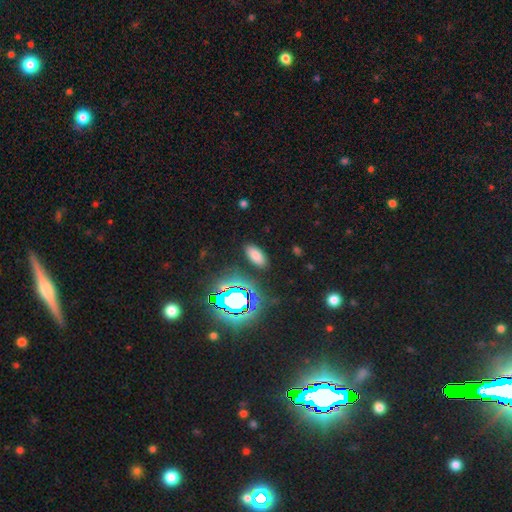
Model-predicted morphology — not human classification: This appears to be a smooth galaxy with no disk features (73%) that is in between round and cigar-shaped (89%). Merging: none (87%).